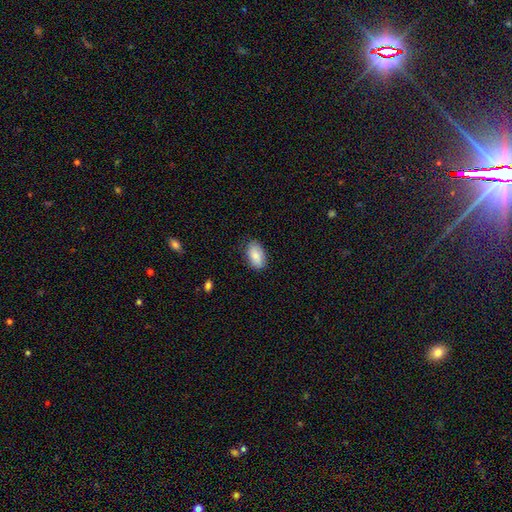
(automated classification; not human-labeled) Smooth or featured? smooth (86%)
How rounded? in between (93%)
Merging? none (83%)